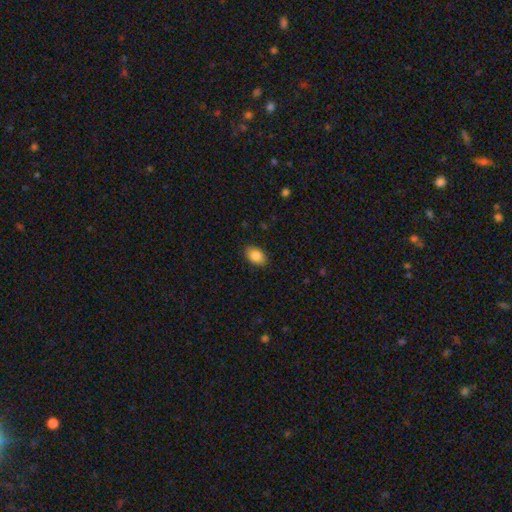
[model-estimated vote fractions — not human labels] Q: Smooth or featured?
A: smooth (86%); runner-up: star or artifact (7%)
Q: How rounded?
A: in between (87%); runner-up: round (12%)
Q: Merging?
A: none (87%); runner-up: minor disturbance (10%)